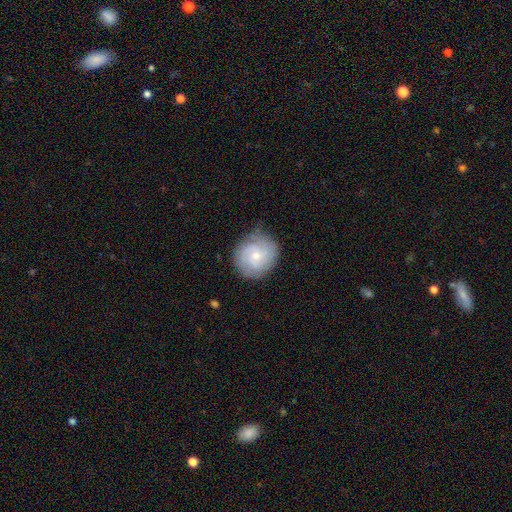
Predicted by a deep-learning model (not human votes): Smooth or featured?
  - featured or disk: 65% *
  - smooth: 28%
  - star or artifact: 7%
Edge-on disk?
  - no: 98% *
  - yes: 2%
Bar?
  - no: 66% *
  - weak: 31%
  - strong: 4%
Spiral arms?
  - yes: 92% *
  - no: 8%
Spiral winding?
  - tight: 57% *
  - medium: 33%
  - loose: 10%
Spiral arm count?
  - can't tell: 31% *
  - 2: 26%
  - 3: 24%
  - 4: 9%
  - 1: 5%
  - more than 4: 5%
Bulge size?
  - small: 64% *
  - moderate: 32%
  - none: 2%
  - large: 1%
  - dominant: 1%
Merging?
  - none: 75% *
  - minor disturbance: 18%
  - major disturbance: 5%
  - merger: 1%